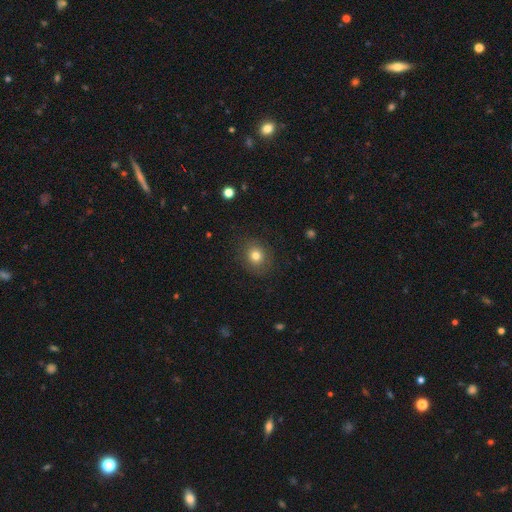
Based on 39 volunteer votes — Morphology: type=smooth (74%); roundness=round (97%); merging=none (83%).